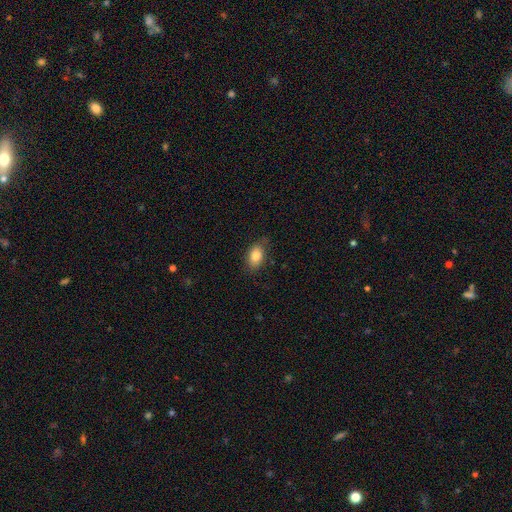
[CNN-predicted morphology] smooth_or_featured: smooth (p=0.84) [alt: featured or disk p=0.08]
how_rounded: in between (p=0.86) [alt: round p=0.12]
merging: none (p=0.76) [alt: minor disturbance p=0.19]